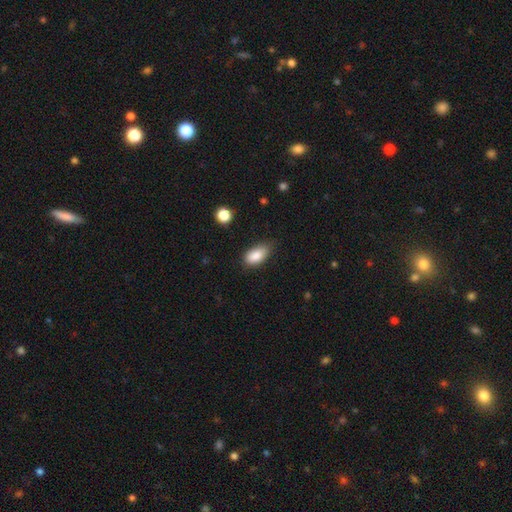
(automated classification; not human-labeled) A smooth galaxy with no disk features (87%) that is in between round and cigar-shaped (91%).

Vote fractions:
- Smooth or featured? smooth: 87% / star or artifact: 8% / featured or disk: 6%
- How rounded? in between: 91% / cigar-shaped: 5% / round: 4%
- Merging? none: 65% / minor disturbance: 28% / major disturbance: 5% / merger: 2%